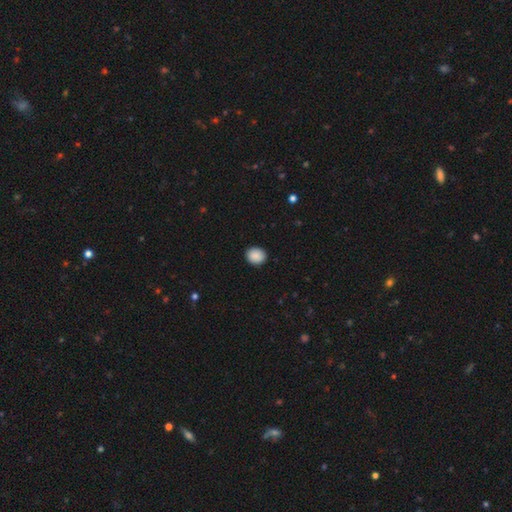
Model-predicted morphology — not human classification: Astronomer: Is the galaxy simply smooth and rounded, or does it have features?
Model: smooth — 89%.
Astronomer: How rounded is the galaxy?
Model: round — 68%.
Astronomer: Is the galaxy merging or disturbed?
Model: none — 90%.